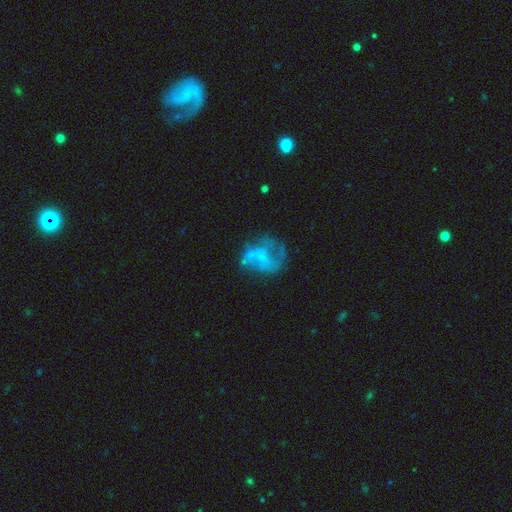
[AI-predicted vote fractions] Smooth or featured?
  - featured or disk: 64% *
  - smooth: 23%
  - star or artifact: 13%
Edge-on disk?
  - no: 98% *
  - yes: 2%
Bar?
  - no: 77% *
  - weak: 18%
  - strong: 4%
Spiral arms?
  - no: 64% *
  - yes: 36%
Bulge size?
  - none: 55% *
  - small: 29%
  - moderate: 13%
  - large: 2%
  - dominant: 1%
Merging?
  - none: 36% *
  - major disturbance: 32%
  - minor disturbance: 17%
  - merger: 14%